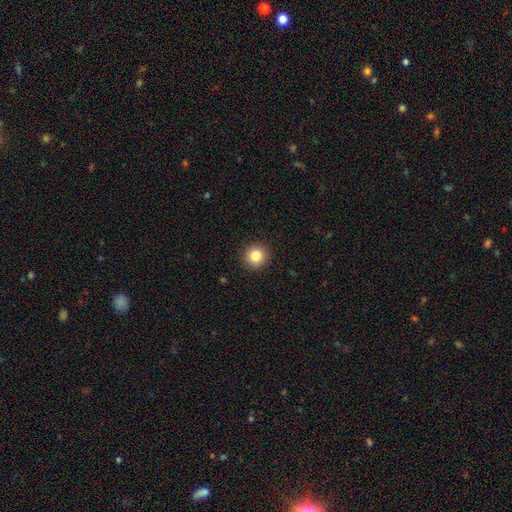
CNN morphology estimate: The model was most divided on "smooth or featured": smooth: 84%, star or artifact: 10%, featured or disk: 6%. More confident: how rounded — round (93%); merging — none (92%).